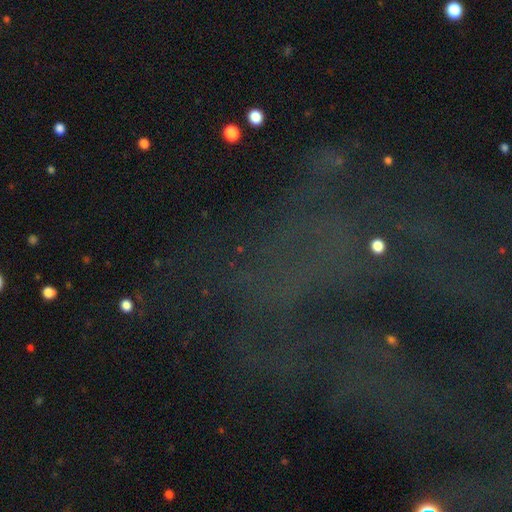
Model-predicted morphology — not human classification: The model was most divided on "smooth or featured": star or artifact: 64%, featured or disk: 21%, smooth: 15%.